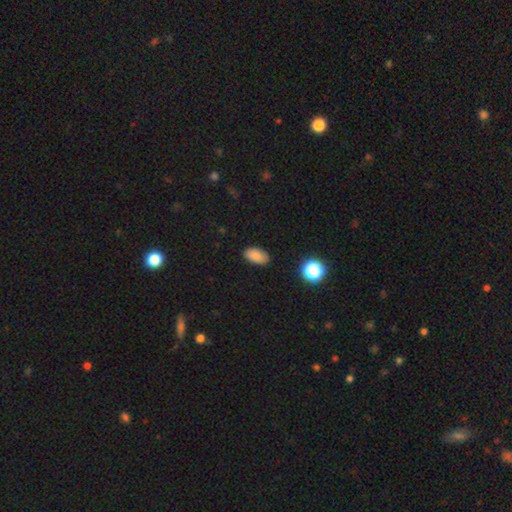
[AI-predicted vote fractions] Smooth or featured: smooth — 86% (star or artifact — 9%)
How rounded: in between — 93% (round — 5%)
Merging: none — 87% (minor disturbance — 9%)